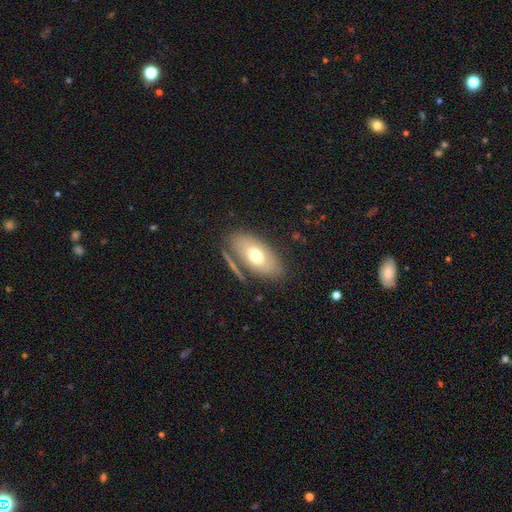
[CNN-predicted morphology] smooth-or-featured: smooth: 64% | featured or disk: 28% | star or artifact: 7%
  how-rounded: in between: 91% | round: 5% | cigar-shaped: 4%
  merging: none: 72% | minor disturbance: 15% | merger: 8% | major disturbance: 5%